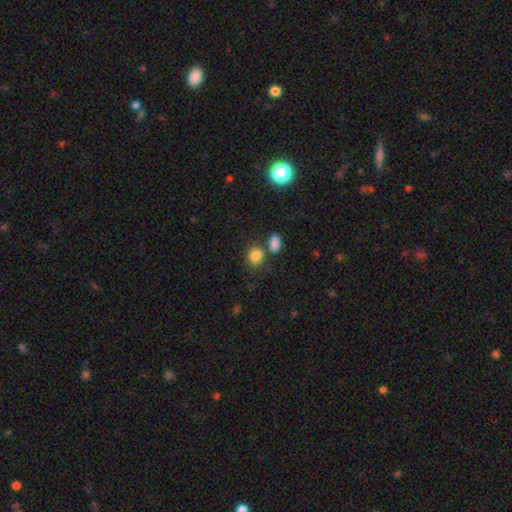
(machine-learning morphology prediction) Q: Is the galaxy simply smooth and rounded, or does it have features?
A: smooth — 84%.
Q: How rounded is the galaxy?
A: round — 60%.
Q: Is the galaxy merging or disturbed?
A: none — 61%.